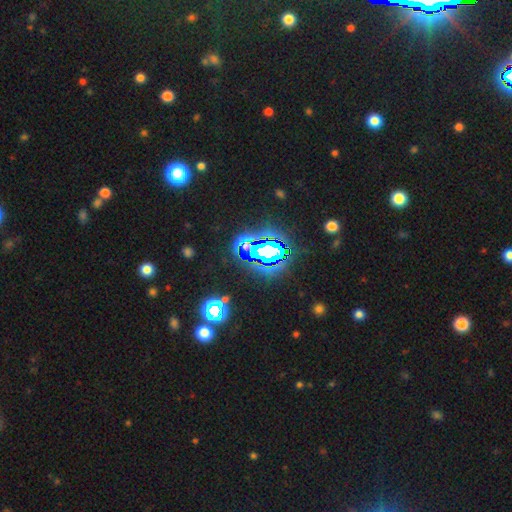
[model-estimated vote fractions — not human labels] Morphology: type=star or artifact (73%).